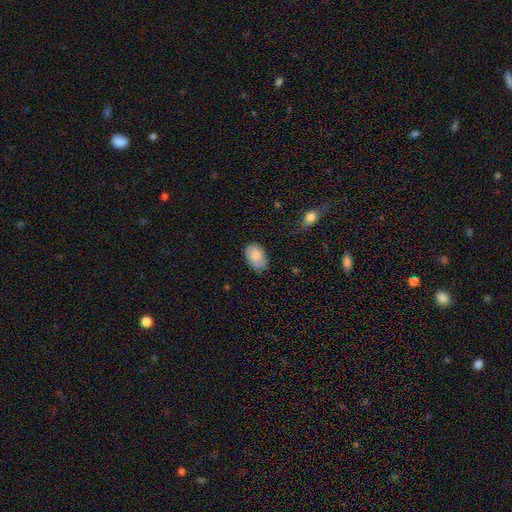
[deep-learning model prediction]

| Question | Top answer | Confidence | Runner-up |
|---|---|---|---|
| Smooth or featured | smooth | 85% | featured or disk (8%) |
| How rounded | in between | 89% | round (10%) |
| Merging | none | 76% | minor disturbance (19%) |